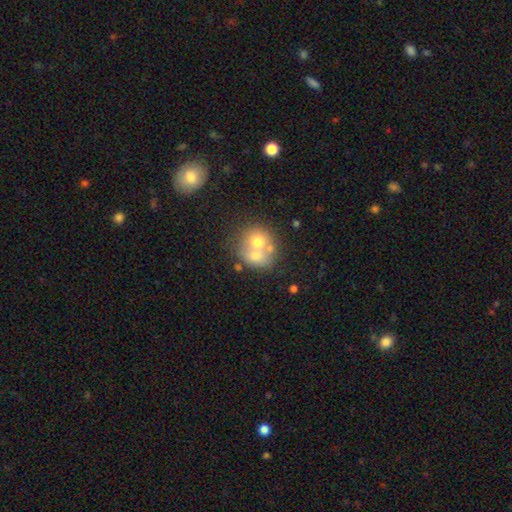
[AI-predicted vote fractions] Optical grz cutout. It shows a smooth galaxy with no disk features (60%) that is round (73%). Merging: merger (60%).